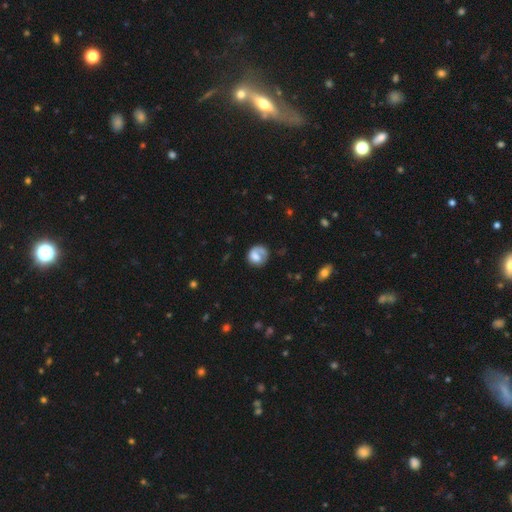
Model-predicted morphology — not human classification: The model was most divided on "smooth or featured": smooth: 56%, featured or disk: 35%, star or artifact: 8%. More confident: how rounded — round (74%); merging — none (52%).